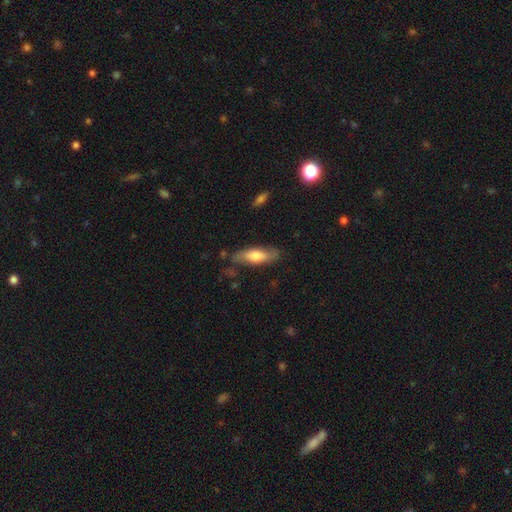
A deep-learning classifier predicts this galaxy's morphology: smooth_or_featured: smooth (p=0.63) [alt: featured or disk p=0.32]
how_rounded: in between (p=0.53) [alt: cigar-shaped p=0.45]
merging: none (p=0.73) [alt: minor disturbance p=0.19]